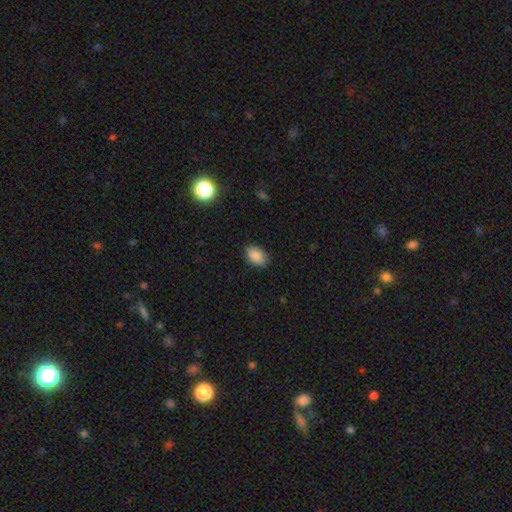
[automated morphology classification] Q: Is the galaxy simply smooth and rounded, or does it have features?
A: smooth — 88%.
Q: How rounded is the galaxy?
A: in between — 88%.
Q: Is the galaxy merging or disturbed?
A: none — 84%.